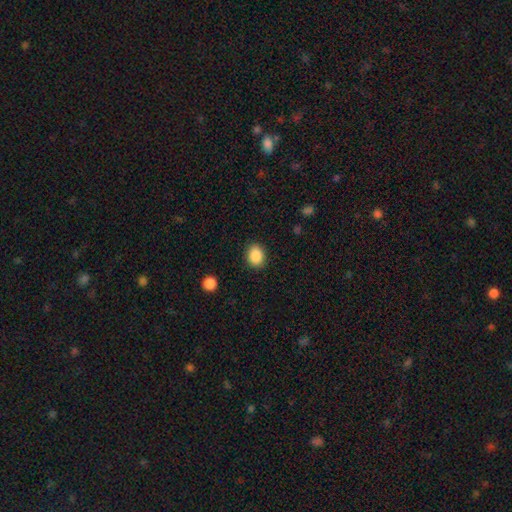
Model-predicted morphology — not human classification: Smooth or featured? smooth (88%)
How rounded? in between (52%)
Merging? none (89%)